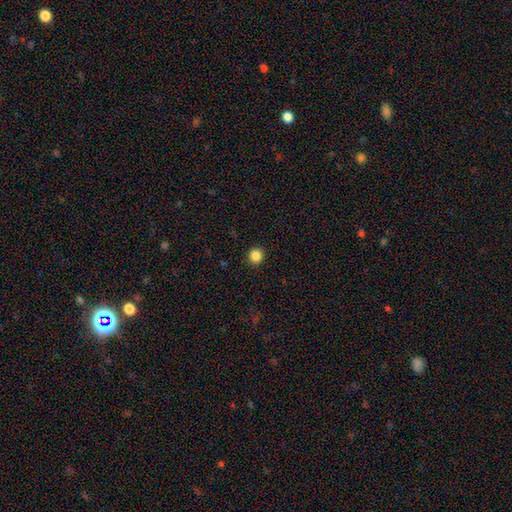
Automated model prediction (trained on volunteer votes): smooth-or-featured: smooth: 86% | star or artifact: 11% | featured or disk: 3%
  how-rounded: round: 93% | in between: 6% | cigar-shaped: 1%
  merging: none: 93% | minor disturbance: 5% | major disturbance: 2% | merger: 1%